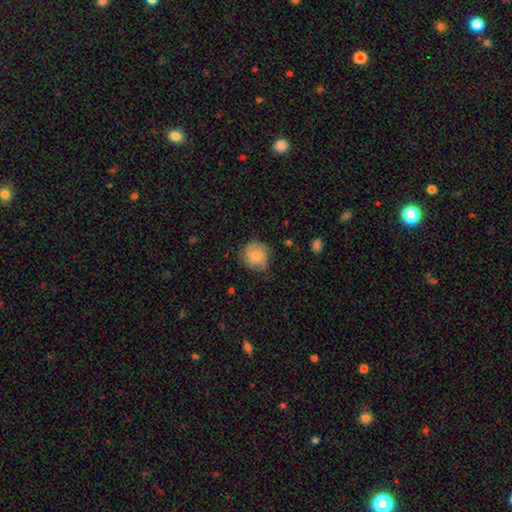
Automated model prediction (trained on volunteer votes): Smooth or featured? smooth (70%)
How rounded? round (81%)
Merging? none (56%)